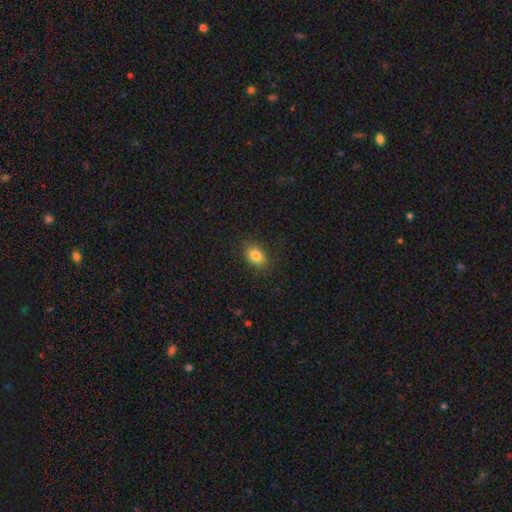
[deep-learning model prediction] Smooth or featured? Predicted: smooth (p=0.84). How rounded? Predicted: in between (p=0.77). Merging? Predicted: none (p=0.86).